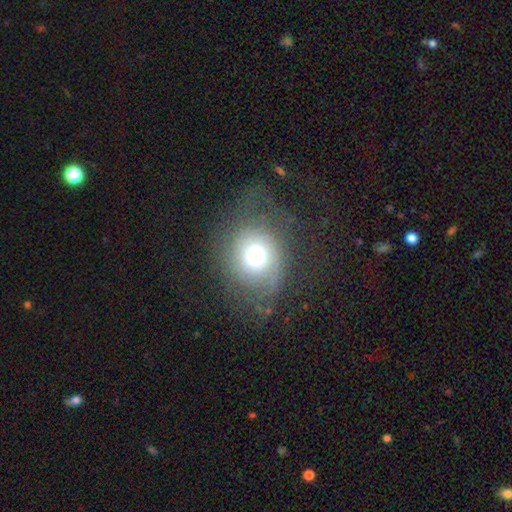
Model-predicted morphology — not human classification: type=smooth (54%); roundness=round (75%); merging=none (58%).